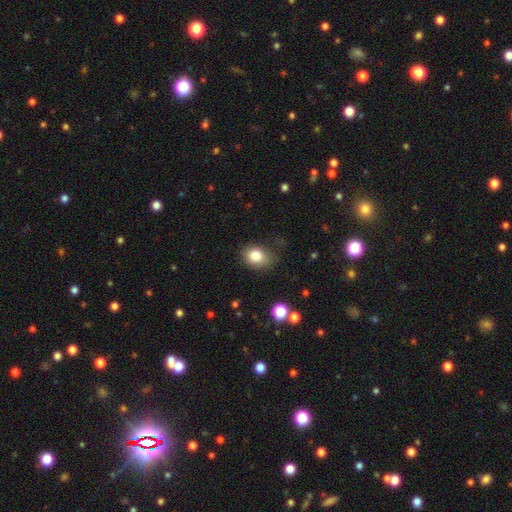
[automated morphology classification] Q: Smooth or featured?
A: smooth (82%); runner-up: star or artifact (10%)
Q: How rounded?
A: in between (58%); runner-up: round (41%)
Q: Merging?
A: none (67%); runner-up: minor disturbance (24%)